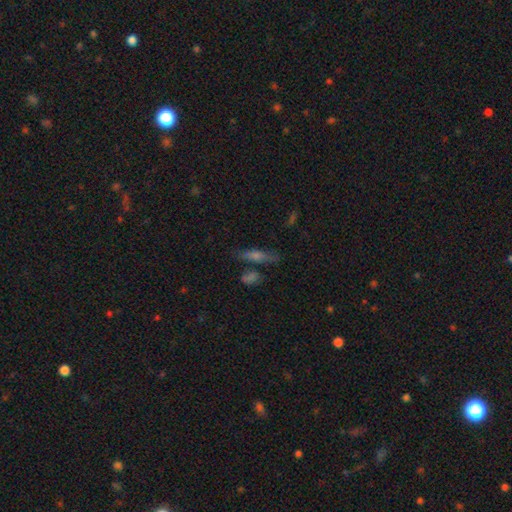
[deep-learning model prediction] smooth-or-featured: featured or disk: 45% | smooth: 40% | star or artifact: 15%
  merging: none: 72% | minor disturbance: 12% | merger: 11% | major disturbance: 5%